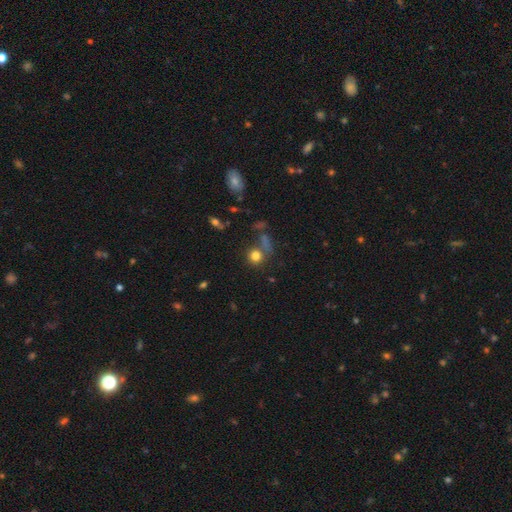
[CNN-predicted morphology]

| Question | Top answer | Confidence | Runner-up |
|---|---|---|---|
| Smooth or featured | smooth | 78% | star or artifact (14%) |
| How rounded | round | 86% | in between (12%) |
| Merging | none | 67% | merger (15%) |